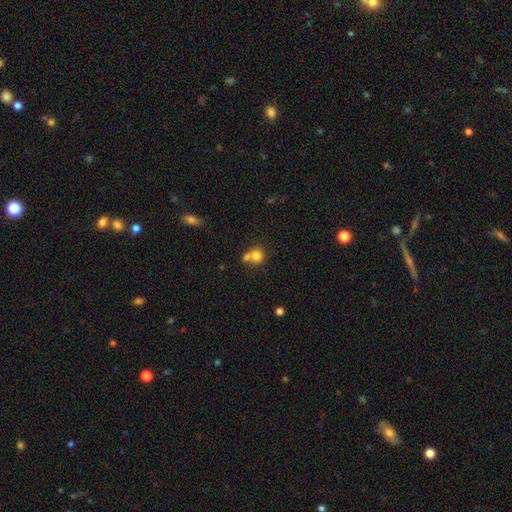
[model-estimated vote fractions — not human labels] Smooth or featured? Predicted: smooth (p=0.78). How rounded? Predicted: round (p=0.79). Merging? Predicted: merger (p=0.48).